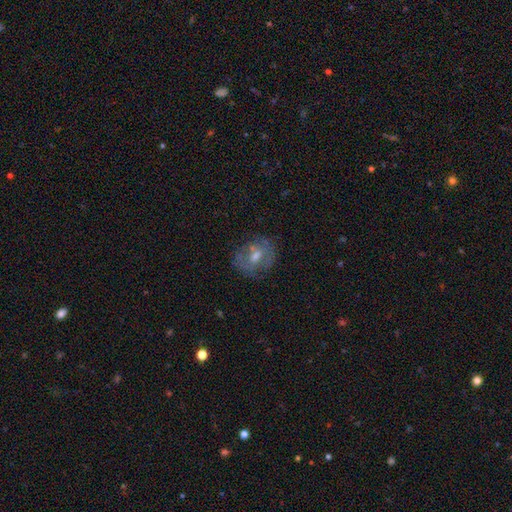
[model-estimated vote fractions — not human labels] This is possibly a featured or disk galaxy (47%). Merging: likely none (69%).